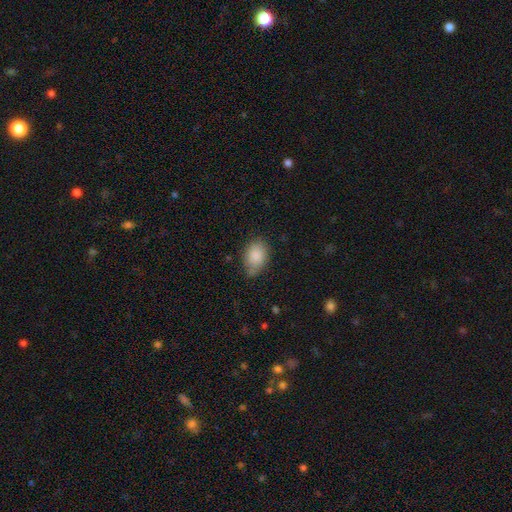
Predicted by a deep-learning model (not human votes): A smooth galaxy with no disk features (86%) that is in between round and cigar-shaped (84%).

Vote fractions:
- Smooth or featured? smooth: 86% / star or artifact: 7% / featured or disk: 6%
- How rounded? in between: 84% / round: 15% / cigar-shaped: 1%
- Merging? none: 67% / minor disturbance: 25% / major disturbance: 5% / merger: 3%